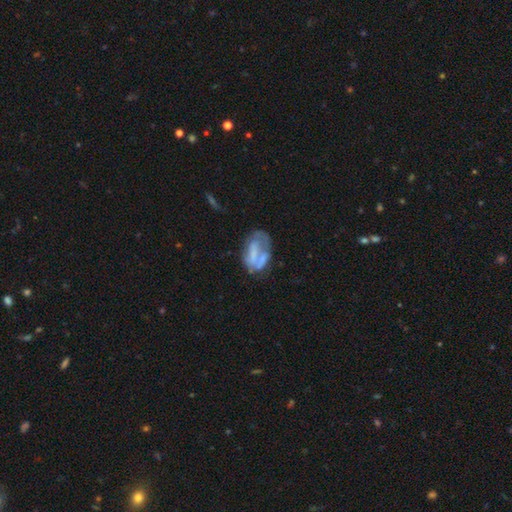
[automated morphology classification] Smooth or featured: featured or disk — 49% (smooth — 41%)
Merging: none — 35% (major disturbance — 30%)